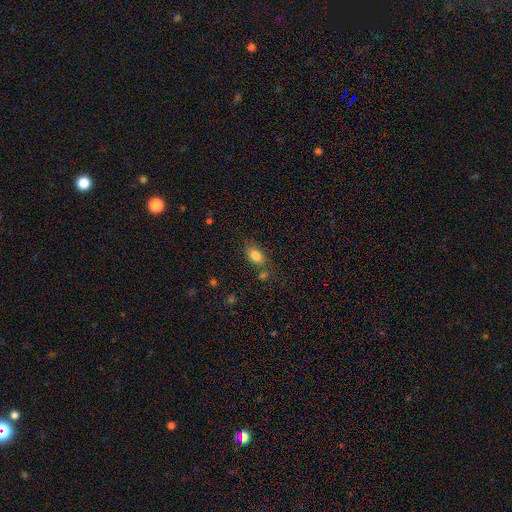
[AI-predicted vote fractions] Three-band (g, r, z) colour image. It shows a smooth galaxy with no disk features (82%) that is in between round and cigar-shaped (84%). Merging: none (66%).